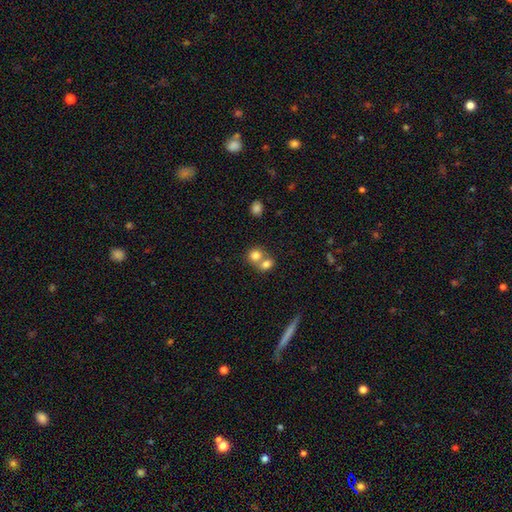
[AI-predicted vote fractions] smooth_or_featured: smooth (p=0.78) [alt: featured or disk p=0.12]
how_rounded: round (p=0.74) [alt: in between p=0.25]
merging: merger (p=0.61) [alt: none p=0.31]